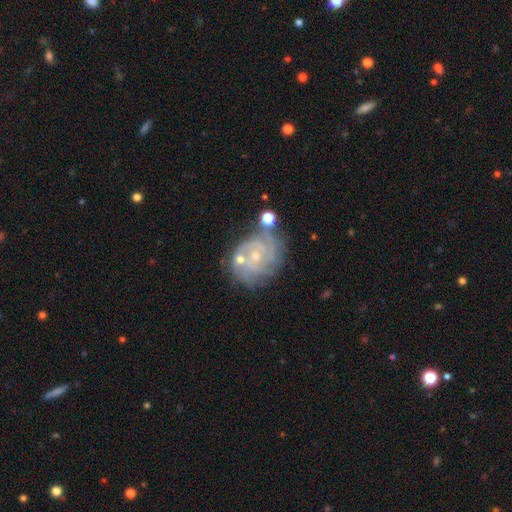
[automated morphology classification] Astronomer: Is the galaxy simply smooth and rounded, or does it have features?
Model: featured or disk — 82%.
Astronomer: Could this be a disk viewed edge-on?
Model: no — 98%.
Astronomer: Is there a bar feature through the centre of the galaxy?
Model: no — 75%.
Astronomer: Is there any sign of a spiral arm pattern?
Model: yes — 94%.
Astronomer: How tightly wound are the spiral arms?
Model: tight — 70%.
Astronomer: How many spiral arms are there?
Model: can't tell — 33% (runner-up: 3, 22%).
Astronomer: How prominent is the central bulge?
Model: small — 77%.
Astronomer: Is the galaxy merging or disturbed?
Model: none — 60%.